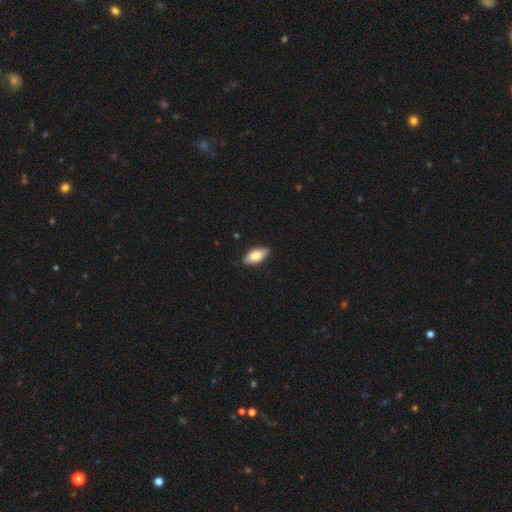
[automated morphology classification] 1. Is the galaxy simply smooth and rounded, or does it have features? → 77% smooth, 17% featured or disk, 6% star or artifact.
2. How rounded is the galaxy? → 89% in between, 9% cigar-shaped, 3% round.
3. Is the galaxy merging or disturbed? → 86% none, 12% minor disturbance, 2% major disturbance, 1% merger.